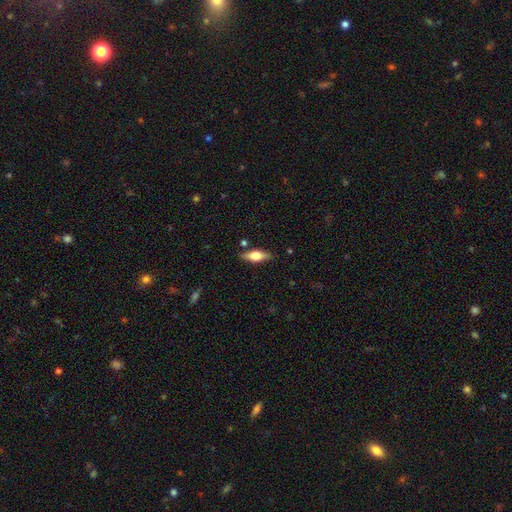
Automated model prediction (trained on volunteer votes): This appears to be a smooth galaxy with no disk features (49%). Merging: none (84%).